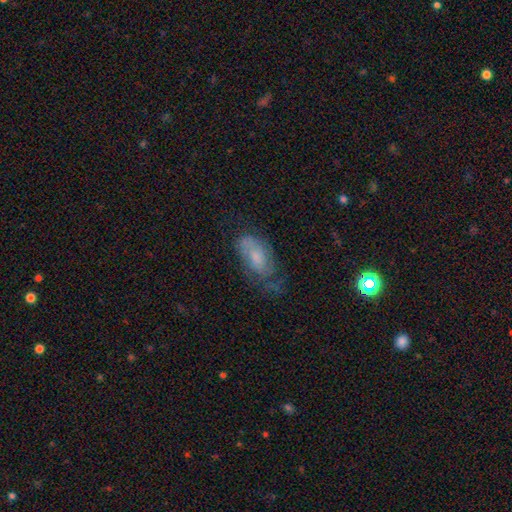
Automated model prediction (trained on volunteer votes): featured or disk 52%, smooth 39%, star or artifact 9%. Down the decision tree: edge-on disk — no (93%); merging — none (46%).